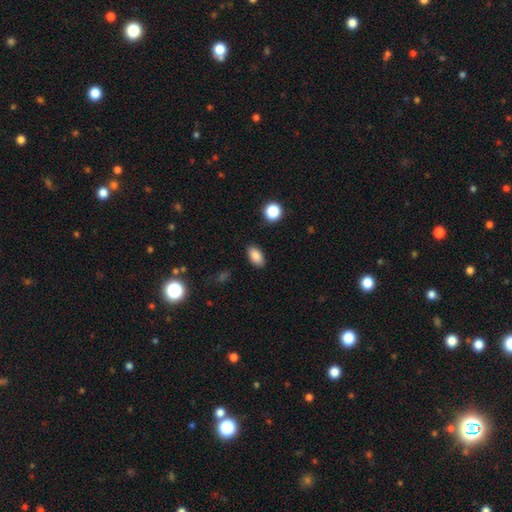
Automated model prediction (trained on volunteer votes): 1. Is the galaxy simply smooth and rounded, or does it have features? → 86% smooth, 9% star or artifact, 5% featured or disk.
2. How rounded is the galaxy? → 91% in between, 7% round, 2% cigar-shaped.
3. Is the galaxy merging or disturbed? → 88% none, 8% minor disturbance, 2% major disturbance, 1% merger.